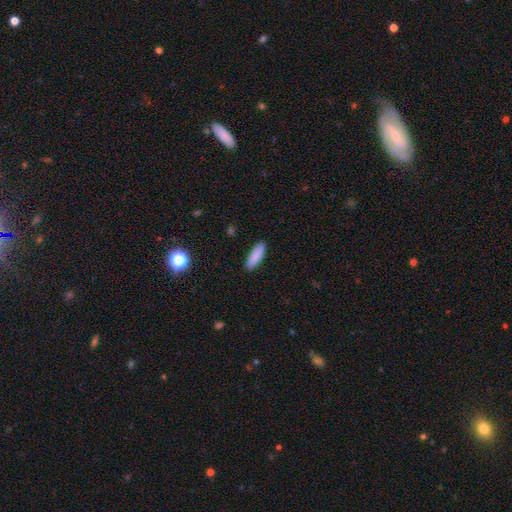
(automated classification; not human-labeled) A smooth galaxy with no disk features (88%) that is cigar-shaped (50%). Merging: none (90%).